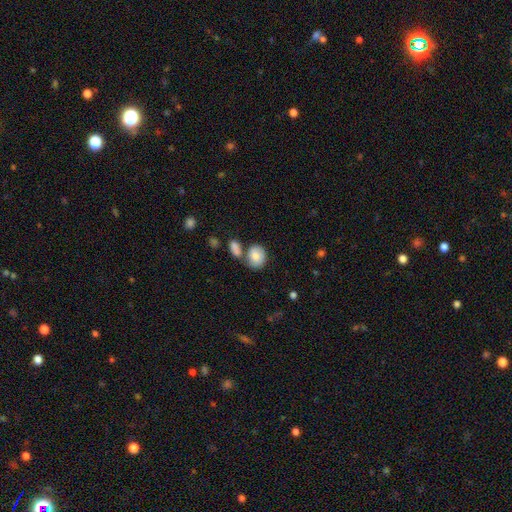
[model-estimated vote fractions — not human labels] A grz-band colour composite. It shows a smooth galaxy with no disk features (79%) that is round (53%). Merging: none (50%).